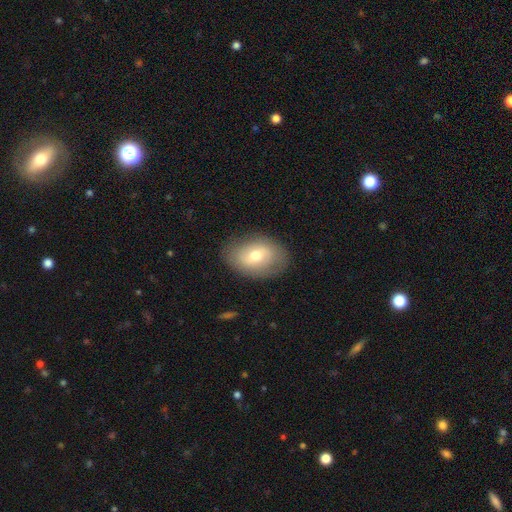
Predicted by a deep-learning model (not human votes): Smooth or featured? smooth (58%)
How rounded? in between (78%)
Merging? none (80%)